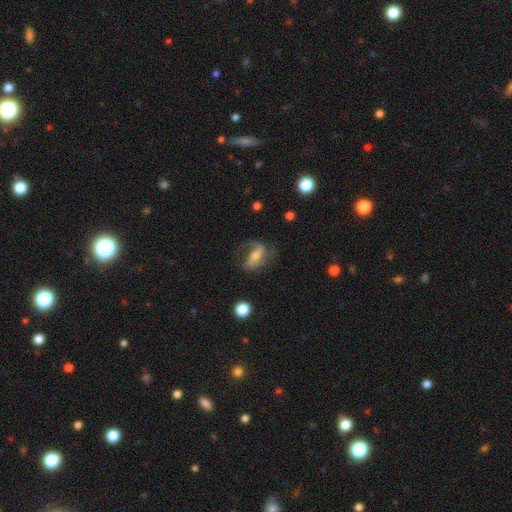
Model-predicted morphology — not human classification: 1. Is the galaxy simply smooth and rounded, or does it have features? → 68% featured or disk, 24% smooth, 8% star or artifact.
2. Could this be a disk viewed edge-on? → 92% no, 8% yes.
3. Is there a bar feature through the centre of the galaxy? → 37% strong, 34% weak, 29% no.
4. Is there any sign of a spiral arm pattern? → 87% yes, 13% no.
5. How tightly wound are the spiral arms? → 49% loose, 37% medium, 15% tight.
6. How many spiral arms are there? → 58% 2, 32% 1, 7% can't tell, 1% 3, 1% 4, 1% more than 4.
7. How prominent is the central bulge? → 45% small, 44% moderate, 5% large, 4% none, 1% dominant.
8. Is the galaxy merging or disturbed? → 50% none, 26% major disturbance, 21% minor disturbance, 2% merger.